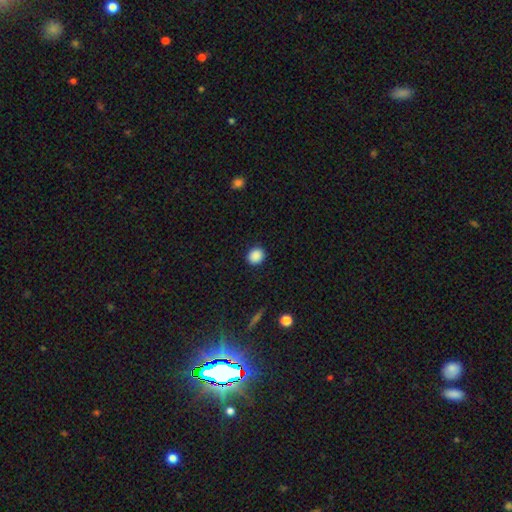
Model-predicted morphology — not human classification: smooth_or_featured: smooth (p=0.88) [alt: star or artifact p=0.09]
how_rounded: round (p=0.79) [alt: in between p=0.20]
merging: none (p=0.90) [alt: minor disturbance p=0.07]